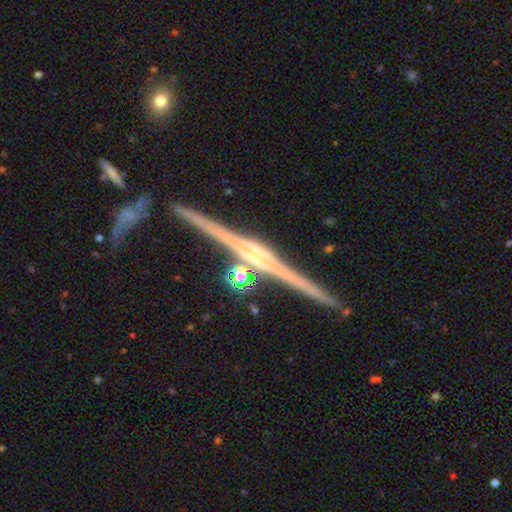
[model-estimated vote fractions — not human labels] The model was most divided on "edge-on bulge": rounded: 66%, boxy: 20%, none: 14%. More confident: edge-on disk — yes (98%); merging — none (88%); smooth or featured — featured or disk (82%).